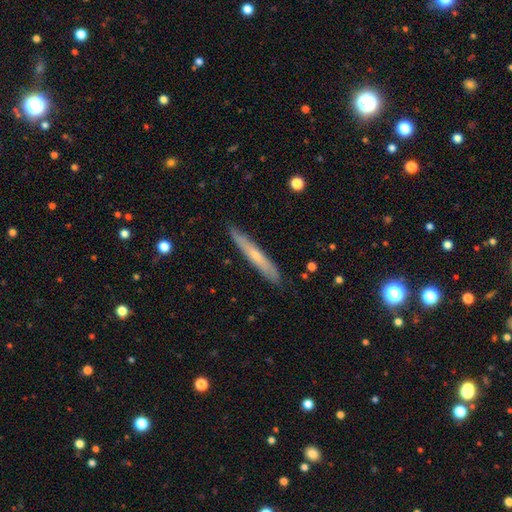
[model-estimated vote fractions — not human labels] The model was most divided on "smooth or featured": smooth: 50%, featured or disk: 44%, star or artifact: 6%. More confident: how rounded — cigar-shaped (95%); merging — none (87%).